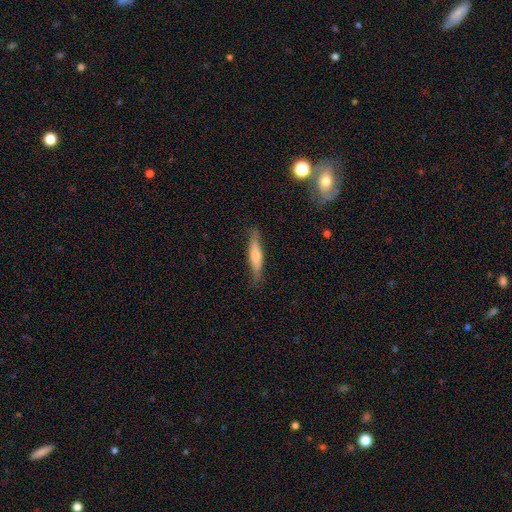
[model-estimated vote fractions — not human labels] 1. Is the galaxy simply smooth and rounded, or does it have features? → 49% featured or disk, 43% smooth, 7% star or artifact.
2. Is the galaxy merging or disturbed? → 85% none, 11% minor disturbance, 2% major disturbance, 2% merger.